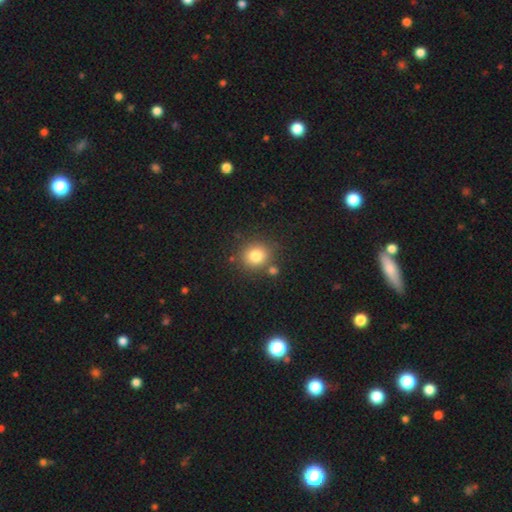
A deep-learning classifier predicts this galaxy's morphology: A smooth galaxy with no disk features (80%) that is round (83%). Merging: none (78%).